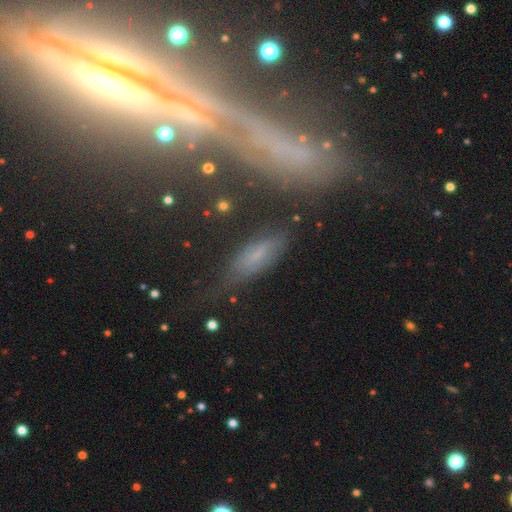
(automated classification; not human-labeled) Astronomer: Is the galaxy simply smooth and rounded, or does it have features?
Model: smooth — 52% (runner-up: featured or disk, 33%).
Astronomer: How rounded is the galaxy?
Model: in between — 59% (runner-up: cigar-shaped, 36%).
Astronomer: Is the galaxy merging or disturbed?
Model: none — 66%.